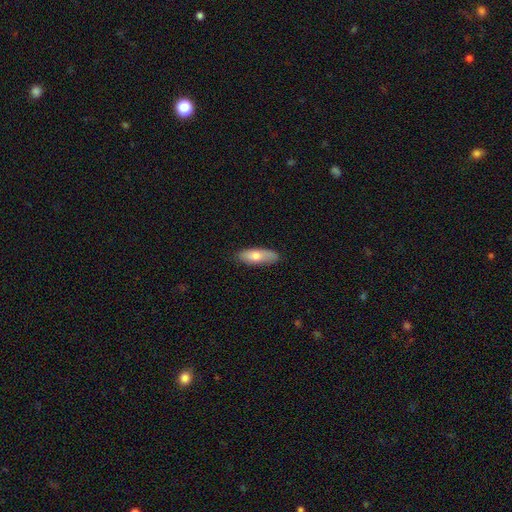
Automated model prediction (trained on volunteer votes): smooth 72%, featured or disk 22%, star or artifact 6%. Down the decision tree: how rounded — in between (63%); merging — none (82%).